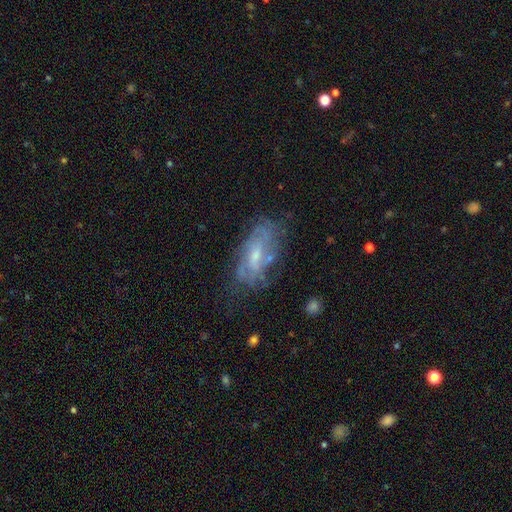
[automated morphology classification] smooth_or_featured: featured or disk (p=0.68) [alt: smooth p=0.23]
disk_edge_on: no (p=0.91) [alt: yes p=0.09]
bar: no (p=0.50) [alt: weak p=0.41]
has_spiral_arms: yes (p=0.73) [alt: no p=0.27]
bulge_size: small (p=0.50) [alt: moderate p=0.40]
merging: none (p=0.63) [alt: minor disturbance p=0.22]